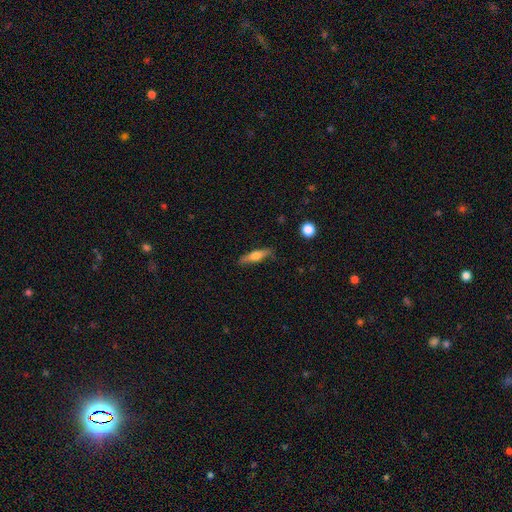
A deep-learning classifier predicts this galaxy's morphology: Smooth or featured?
  - smooth: 48% *
  - featured or disk: 45%
  - star or artifact: 7%
Merging?
  - none: 83% *
  - minor disturbance: 13%
  - major disturbance: 3%
  - merger: 1%